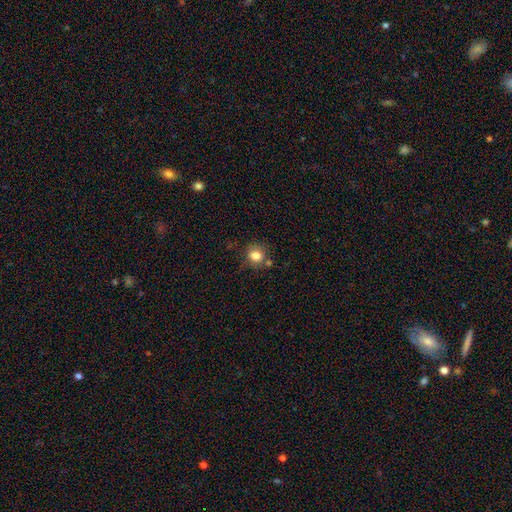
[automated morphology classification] Smooth or featured: smooth — 82% (star or artifact — 11%)
How rounded: round — 81% (in between — 19%)
Merging: none — 72% (minor disturbance — 15%)